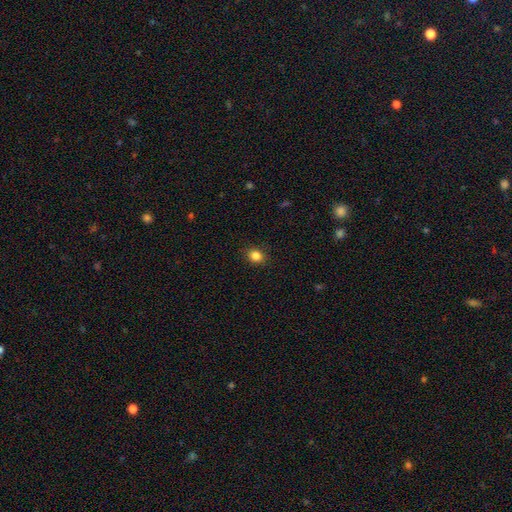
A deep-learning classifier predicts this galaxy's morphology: Smooth or featured?
  - smooth: 85% *
  - star or artifact: 11%
  - featured or disk: 4%
How rounded?
  - round: 63% *
  - in between: 36%
  - cigar-shaped: 1%
Merging?
  - none: 88% *
  - minor disturbance: 8%
  - major disturbance: 2%
  - merger: 1%